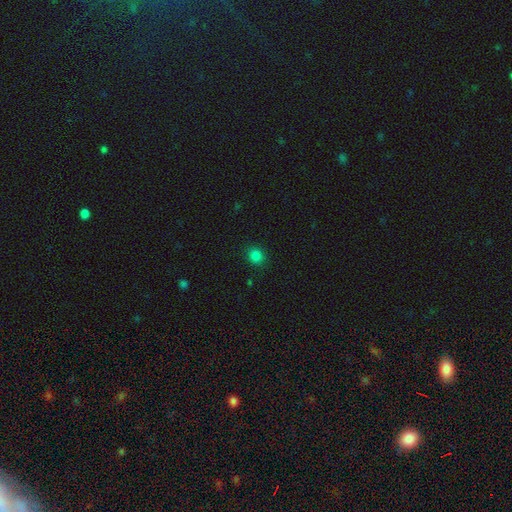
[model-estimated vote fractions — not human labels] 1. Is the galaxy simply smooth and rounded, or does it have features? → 82% smooth, 15% star or artifact, 3% featured or disk.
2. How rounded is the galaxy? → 77% round, 22% in between, 1% cigar-shaped.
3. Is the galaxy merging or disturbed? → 90% none, 7% minor disturbance, 2% major disturbance, 1% merger.